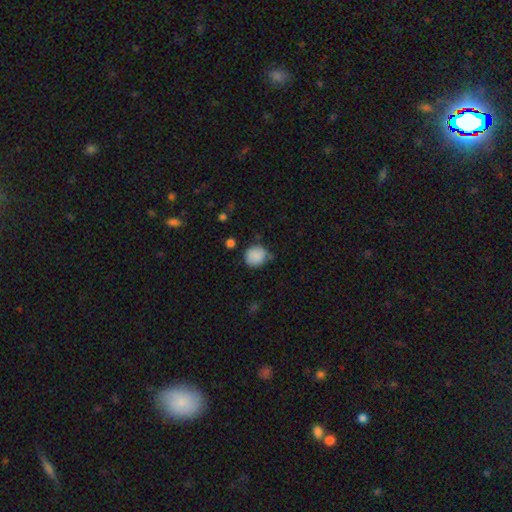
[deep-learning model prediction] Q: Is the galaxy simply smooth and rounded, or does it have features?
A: smooth — 86%.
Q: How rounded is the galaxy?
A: round — 83%.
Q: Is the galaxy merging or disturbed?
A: none — 60%.